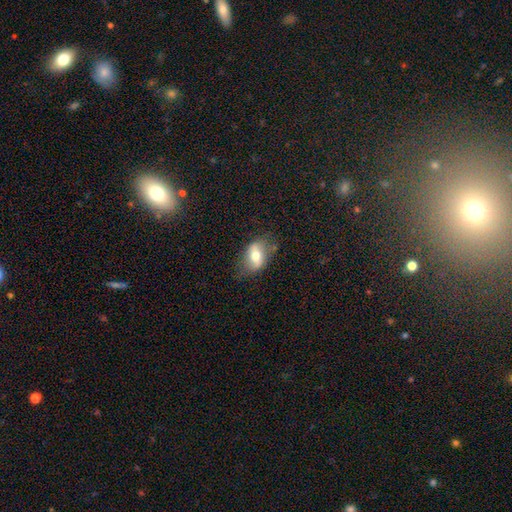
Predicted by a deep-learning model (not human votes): Smooth or featured? smooth (56%)
How rounded? in between (84%)
Merging? none (65%)